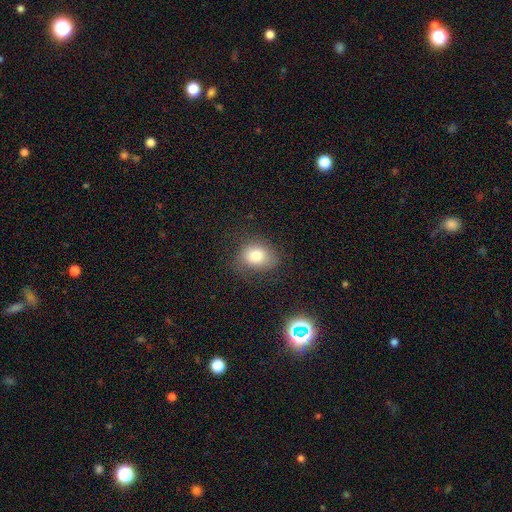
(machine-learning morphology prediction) smooth-or-featured: smooth: 77% | star or artifact: 11% | featured or disk: 11%
  how-rounded: in between: 53% | round: 46% | cigar-shaped: 1%
  merging: none: 70% | minor disturbance: 20% | major disturbance: 8% | merger: 2%